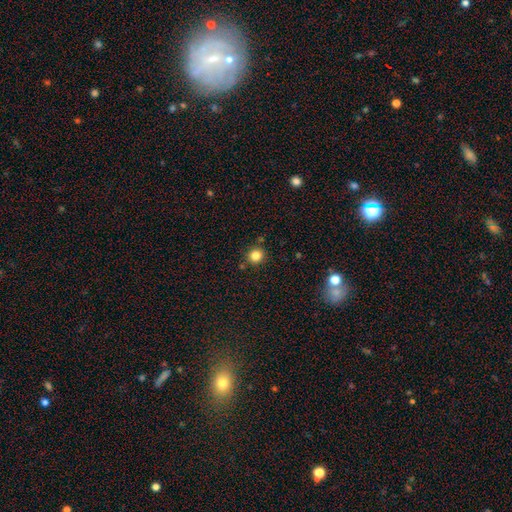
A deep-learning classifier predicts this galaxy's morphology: Overall: smooth (82%). How rounded: round (91%). Merging: none (85%).